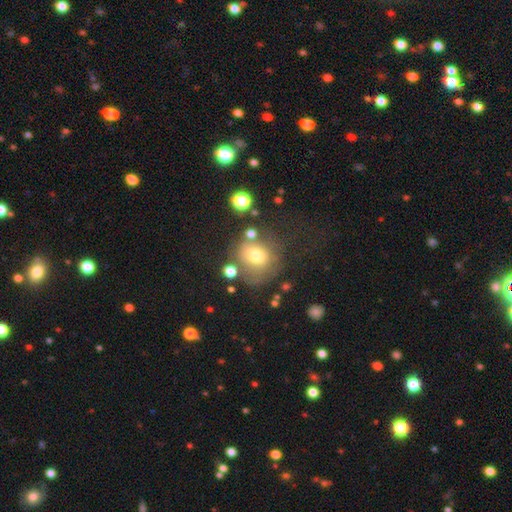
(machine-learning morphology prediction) smooth-or-featured: smooth: 68% | featured or disk: 17% | star or artifact: 15%
  how-rounded: round: 76% | in between: 23% | cigar-shaped: 1%
  merging: none: 54% | minor disturbance: 19% | major disturbance: 15% | merger: 11%